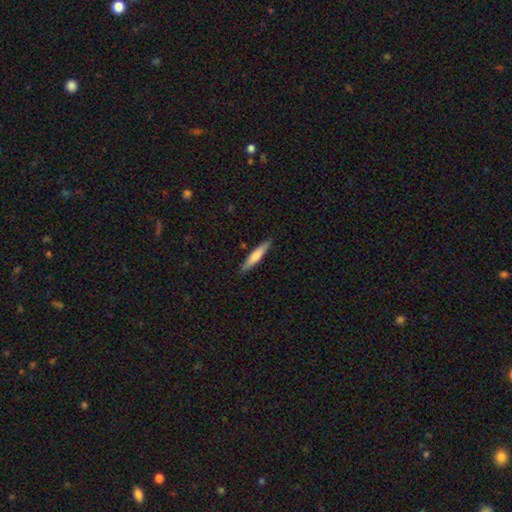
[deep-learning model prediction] This appears to be a smooth galaxy with no disk features (69%) that is cigar-shaped (88%). Merging: none (88%).